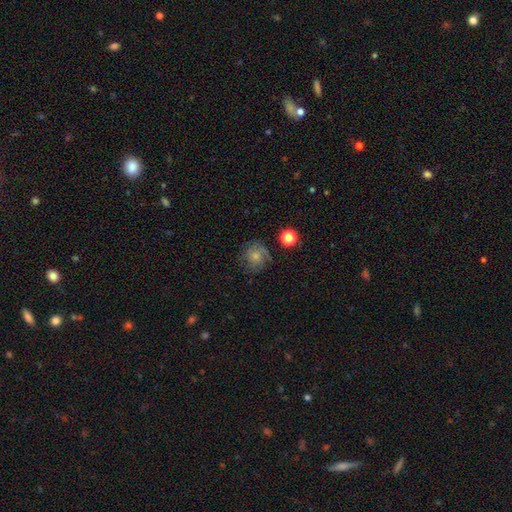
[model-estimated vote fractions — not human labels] This is possibly a smooth galaxy (56%). How rounded: clearly round (84%). Merging: likely none (69%).